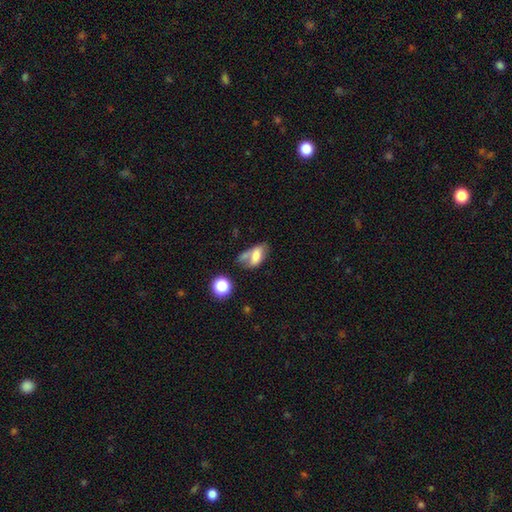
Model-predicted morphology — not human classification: smooth-or-featured: smooth: 65% | featured or disk: 24% | star or artifact: 11%
  how-rounded: in between: 84% | round: 8% | cigar-shaped: 8%
  merging: merger: 31% | none: 30% | minor disturbance: 20% | major disturbance: 19%